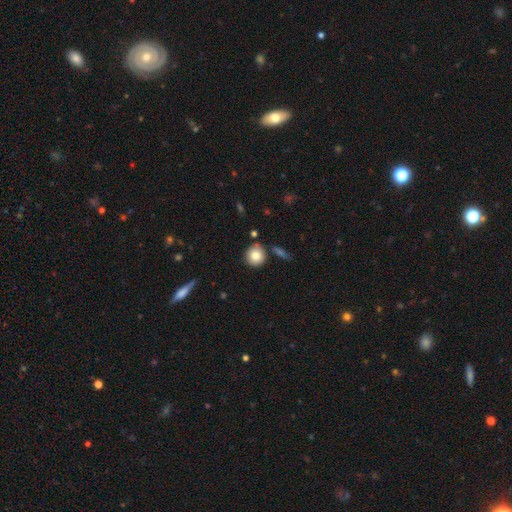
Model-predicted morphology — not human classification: smooth_or_featured: smooth (p=0.81) [alt: featured or disk p=0.11]
how_rounded: round (p=0.90) [alt: in between p=0.09]
merging: none (p=0.81) [alt: minor disturbance p=0.11]